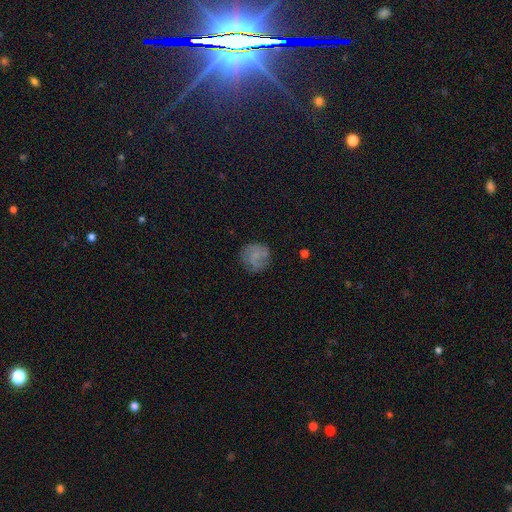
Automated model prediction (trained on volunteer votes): smooth-or-featured: smooth: 54% | featured or disk: 36% | star or artifact: 9%
  how-rounded: round: 87% | in between: 12% | cigar-shaped: 1%
  merging: none: 71% | minor disturbance: 19% | major disturbance: 8% | merger: 2%